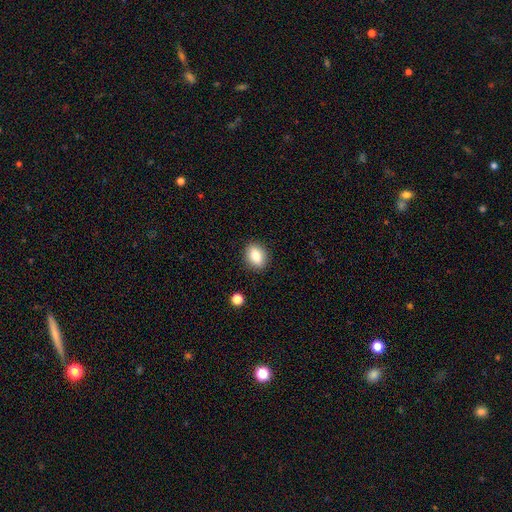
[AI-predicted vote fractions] The model was most divided on "how rounded": in between: 68%, round: 31%, cigar-shaped: 2%. More confident: merging — none (88%); smooth or featured — smooth (83%).